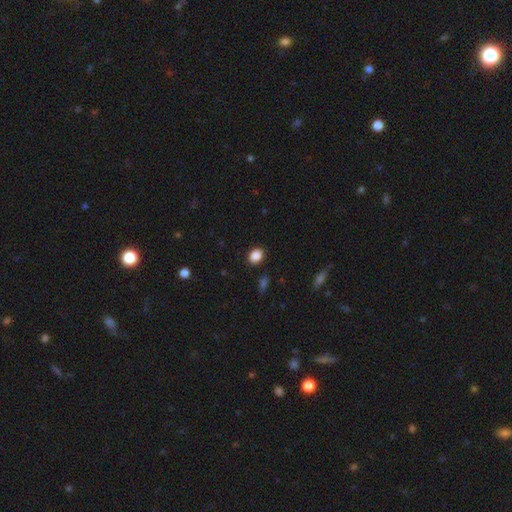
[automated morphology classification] smooth_or_featured: smooth (p=0.87) [alt: star or artifact p=0.09]
how_rounded: in between (p=0.54) [alt: round p=0.45]
merging: none (p=0.88) [alt: minor disturbance p=0.08]